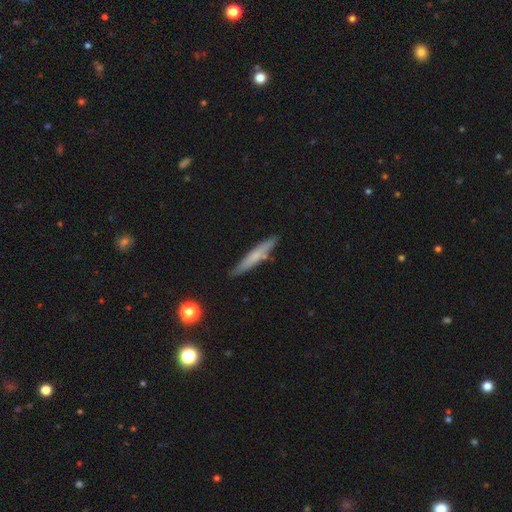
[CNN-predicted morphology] Overall: smooth (61%; featured or disk 32%). How rounded: cigar-shaped (93%). Merging: none (84%).